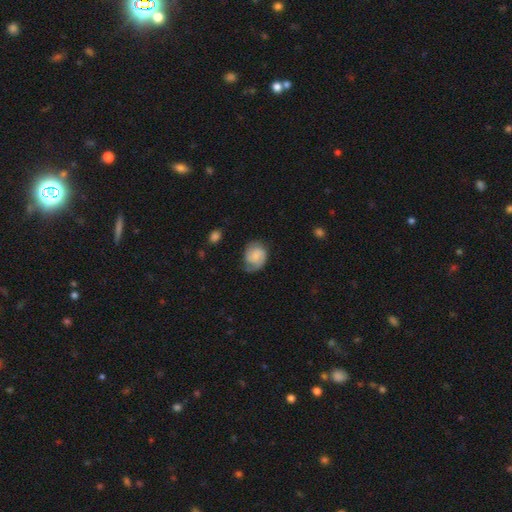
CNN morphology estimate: This is possibly a featured or disk galaxy (49%). Merging: possibly none (58%).